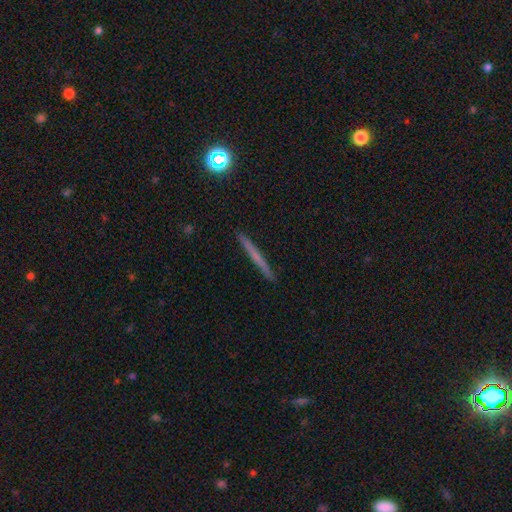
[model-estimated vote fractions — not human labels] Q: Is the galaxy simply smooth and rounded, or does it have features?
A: smooth — 49%.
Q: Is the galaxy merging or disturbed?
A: none — 93%.